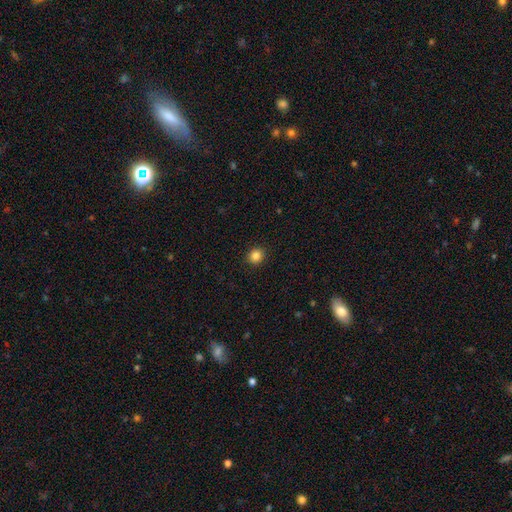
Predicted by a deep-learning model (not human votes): Smooth or featured? smooth (85%)
How rounded? round (85%)
Merging? none (92%)